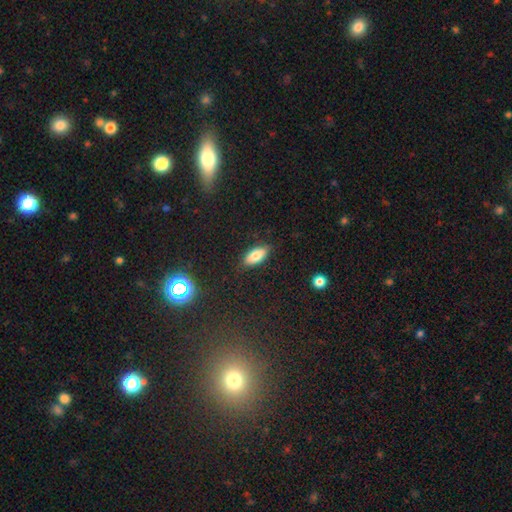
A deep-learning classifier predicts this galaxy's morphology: Q: Smooth or featured?
A: smooth (79%); runner-up: featured or disk (13%)
Q: How rounded?
A: in between (84%); runner-up: cigar-shaped (14%)
Q: Merging?
A: none (85%); runner-up: minor disturbance (12%)